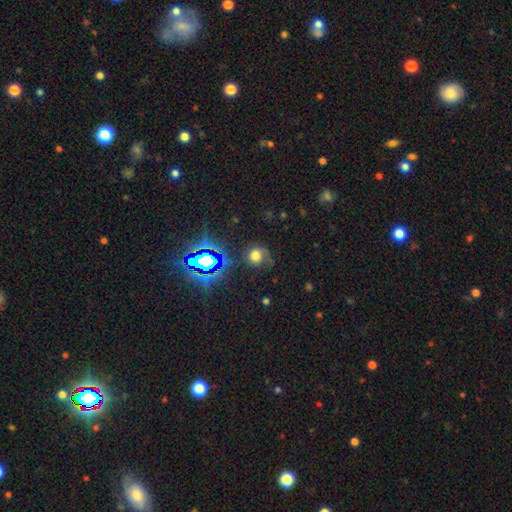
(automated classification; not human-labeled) This is possibly a smooth galaxy (57%). How rounded: clearly round (82%). Merging: possibly none (57%).